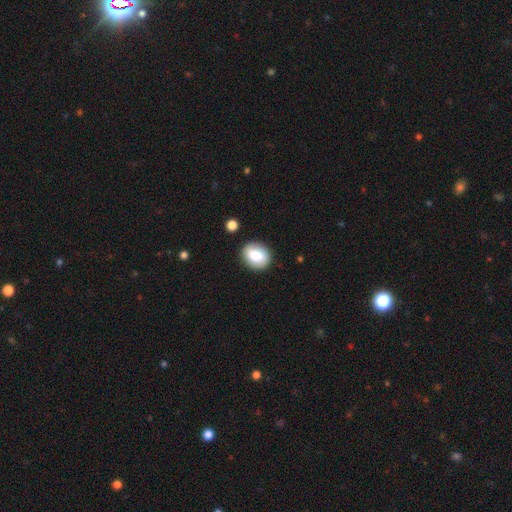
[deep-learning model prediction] This is clearly a smooth galaxy (80%). How rounded: possibly round (54%). Merging: clearly none (86%).